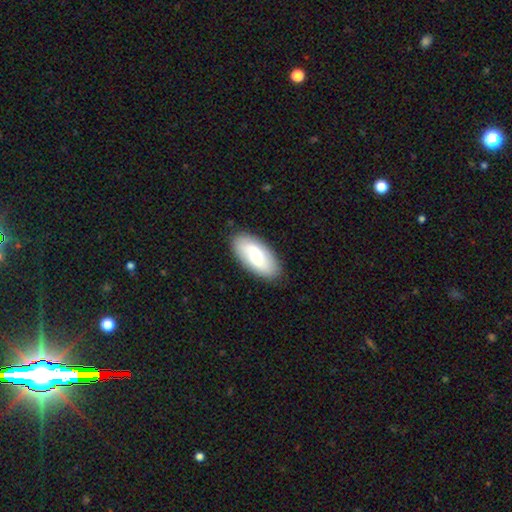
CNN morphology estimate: smooth_or_featured: smooth (p=0.55) [alt: featured or disk p=0.39]
how_rounded: in between (p=0.91) [alt: cigar-shaped p=0.06]
merging: none (p=0.87) [alt: minor disturbance p=0.09]